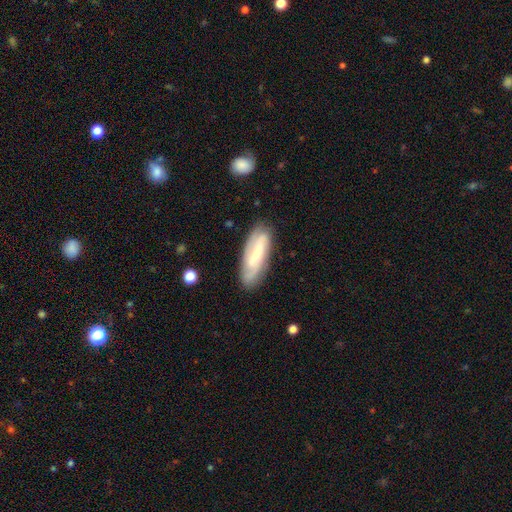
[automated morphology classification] A featured or disk galaxy (64%) with a weak bar (38%), spiral arms (87%) and a small central bulge (61%). Merging: none (81%).